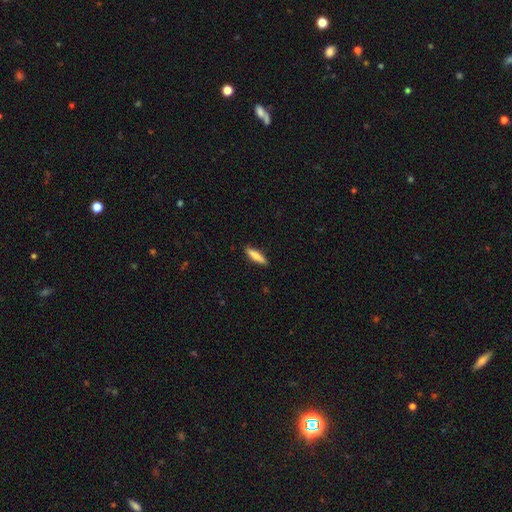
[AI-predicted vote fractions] smooth_or_featured: smooth (p=0.76) [alt: featured or disk p=0.18]
how_rounded: cigar-shaped (p=0.76) [alt: in between p=0.22]
merging: none (p=0.89) [alt: minor disturbance p=0.08]